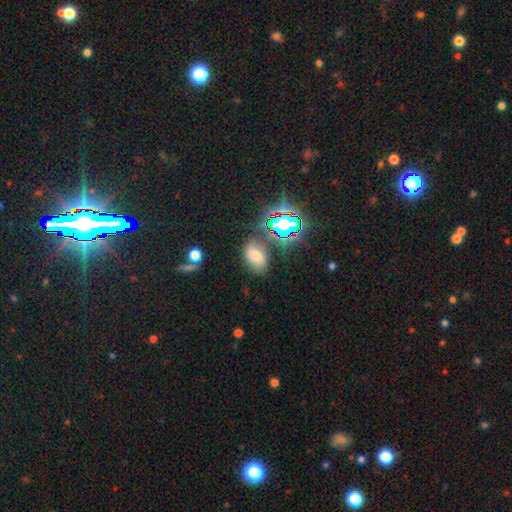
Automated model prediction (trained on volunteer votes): This is possibly a smooth galaxy (59%). How rounded: clearly in between (83%). Merging: likely none (69%).